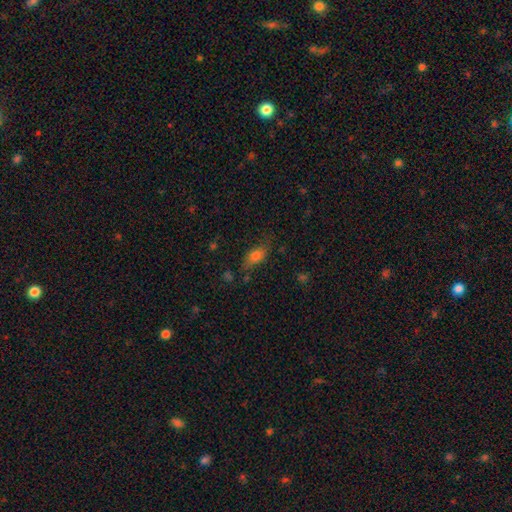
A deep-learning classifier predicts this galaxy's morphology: This appears to be a smooth galaxy with no disk features (73%) that is in between round and cigar-shaped (79%). Merging: none (60%).